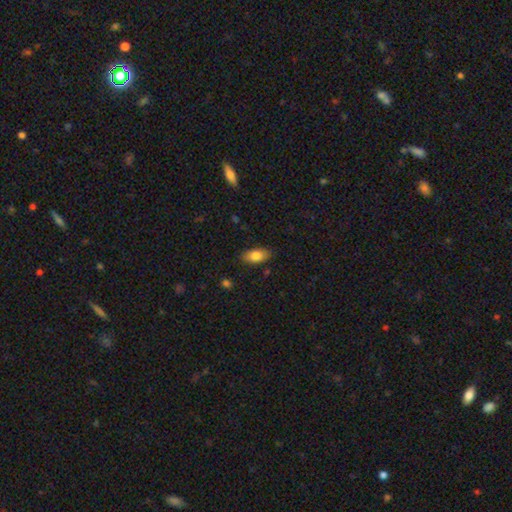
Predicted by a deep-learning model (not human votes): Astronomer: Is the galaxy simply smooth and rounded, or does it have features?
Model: smooth — 82%.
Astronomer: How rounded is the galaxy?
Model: in between — 90%.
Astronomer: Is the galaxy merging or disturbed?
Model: none — 85%.